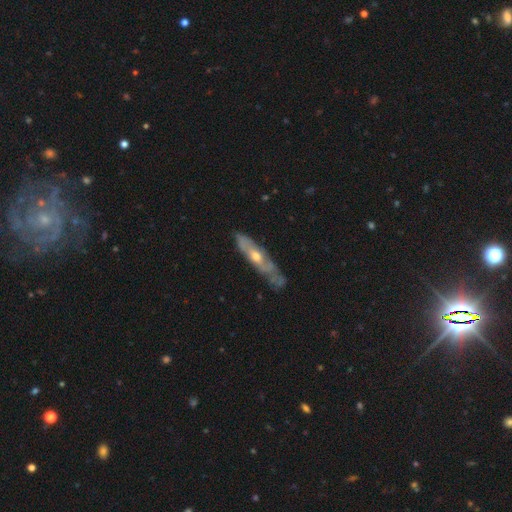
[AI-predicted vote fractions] Smooth or featured? Predicted: featured or disk (p=0.68). Edge-on disk? Predicted: yes (p=0.52). Merging? Predicted: none (p=0.64).